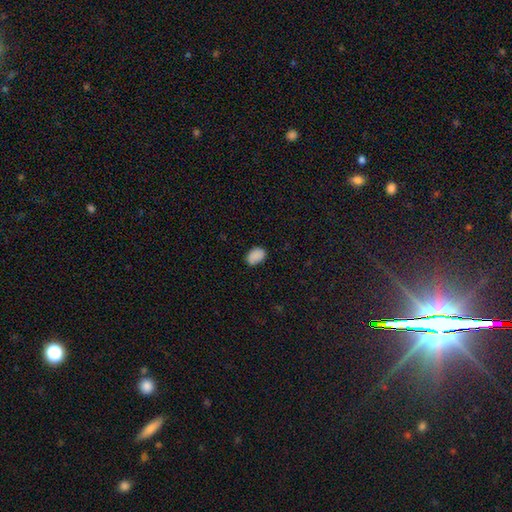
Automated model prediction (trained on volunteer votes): This is clearly a smooth galaxy (88%). How rounded: clearly in between (84%). Merging: likely none (80%).